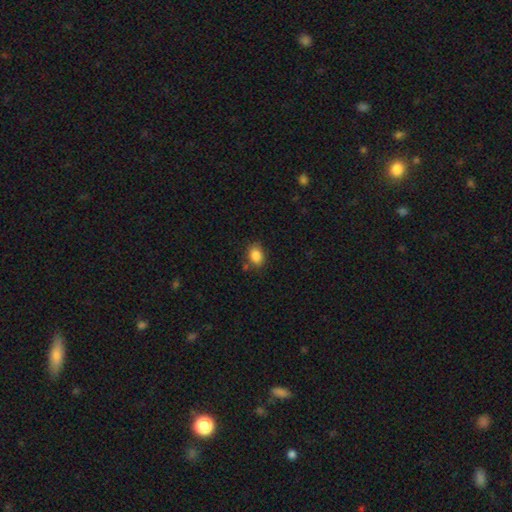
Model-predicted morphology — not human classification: This appears to be a smooth galaxy with no disk features (87%) that is in between round and cigar-shaped (71%). Merging: none (77%).